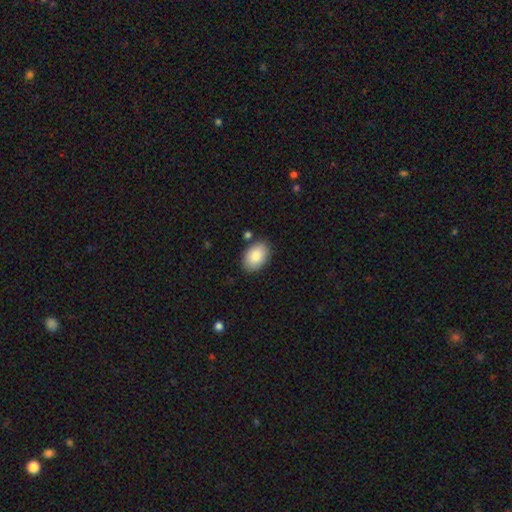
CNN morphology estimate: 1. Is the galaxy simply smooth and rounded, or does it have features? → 85% smooth, 8% featured or disk, 7% star or artifact.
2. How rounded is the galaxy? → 87% in between, 12% round, 1% cigar-shaped.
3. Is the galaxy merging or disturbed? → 84% none, 10% minor disturbance, 3% merger, 2% major disturbance.